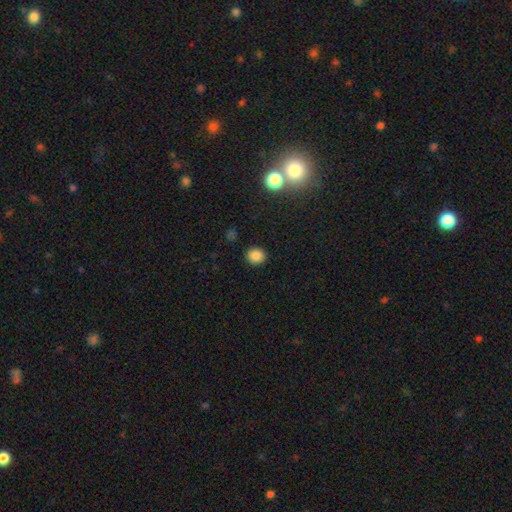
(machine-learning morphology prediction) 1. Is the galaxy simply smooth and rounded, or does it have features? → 85% smooth, 12% star or artifact, 4% featured or disk.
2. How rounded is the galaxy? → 86% round, 13% in between, 1% cigar-shaped.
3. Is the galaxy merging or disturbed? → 91% none, 6% minor disturbance, 2% major disturbance, 1% merger.